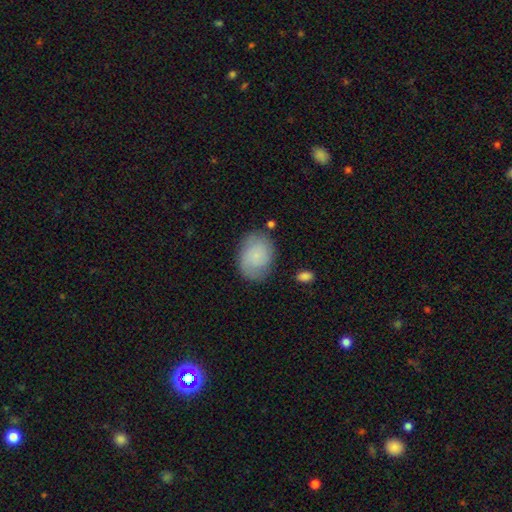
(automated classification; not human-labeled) Smooth or featured?
  - smooth: 69% *
  - featured or disk: 23%
  - star or artifact: 8%
How rounded?
  - in between: 66% *
  - round: 33%
  - cigar-shaped: 1%
Merging?
  - none: 70% *
  - minor disturbance: 21%
  - major disturbance: 7%
  - merger: 3%